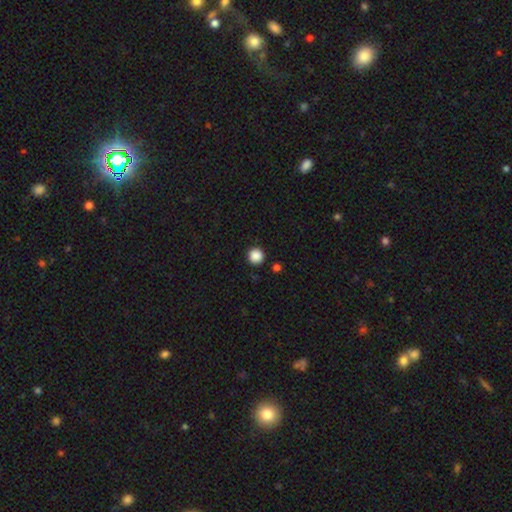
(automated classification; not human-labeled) Smooth or featured? Predicted: smooth (p=0.88). How rounded? Predicted: round (p=0.96). Merging? Predicted: none (p=0.92).